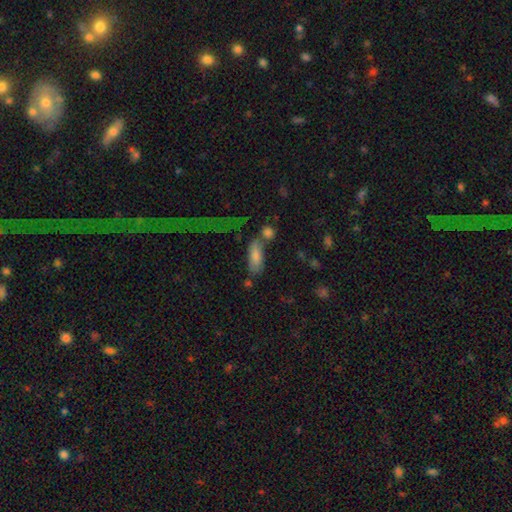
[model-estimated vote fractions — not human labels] Smooth or featured: smooth — 77% (featured or disk — 14%)
How rounded: in between — 69% (cigar-shaped — 28%)
Merging: none — 53% (merger — 24%)